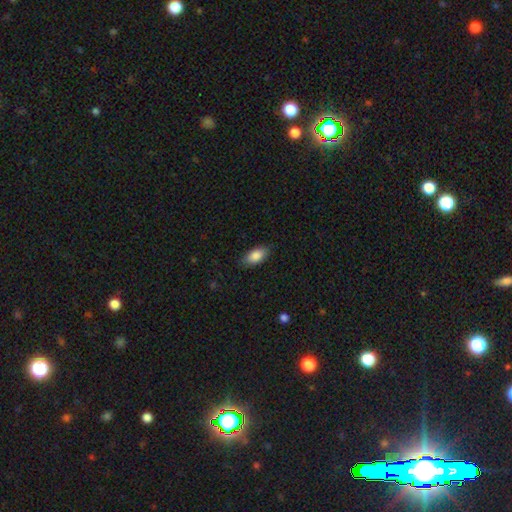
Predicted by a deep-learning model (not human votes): A smooth galaxy with no disk features (86%) that is in between round and cigar-shaped (91%).

Vote fractions:
- Smooth or featured? smooth: 86% / featured or disk: 7% / star or artifact: 6%
- How rounded? in between: 91% / cigar-shaped: 5% / round: 3%
- Merging? none: 85% / minor disturbance: 11% / major disturbance: 3% / merger: 1%